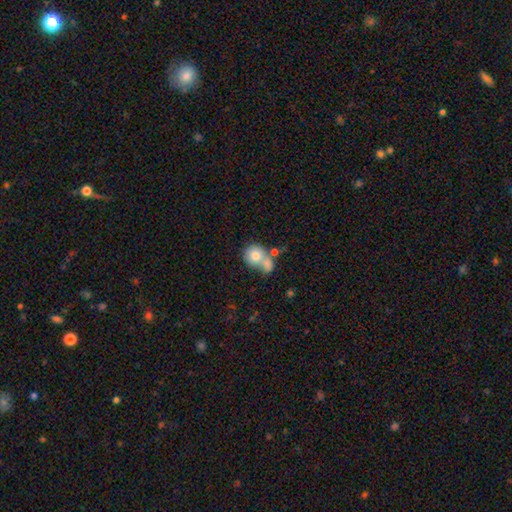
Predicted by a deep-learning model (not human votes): Overall: smooth (75%). How rounded: round (77%). Merging: merger (54%; none 28%).